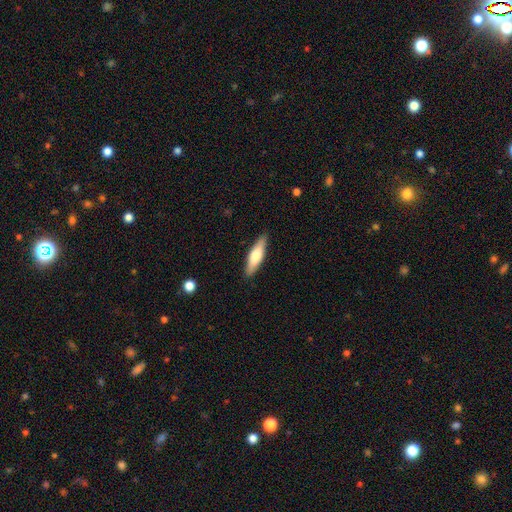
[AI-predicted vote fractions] Q: Smooth or featured?
A: smooth (63%); runner-up: featured or disk (32%)
Q: How rounded?
A: cigar-shaped (66%); runner-up: in between (32%)
Q: Merging?
A: none (88%); runner-up: minor disturbance (9%)